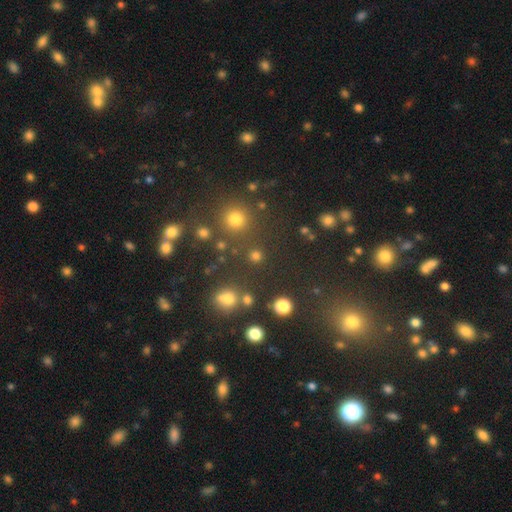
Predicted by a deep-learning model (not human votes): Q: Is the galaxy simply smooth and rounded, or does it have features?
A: smooth — 76%.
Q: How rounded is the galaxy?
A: round — 91%.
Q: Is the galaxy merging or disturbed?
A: none — 82%.